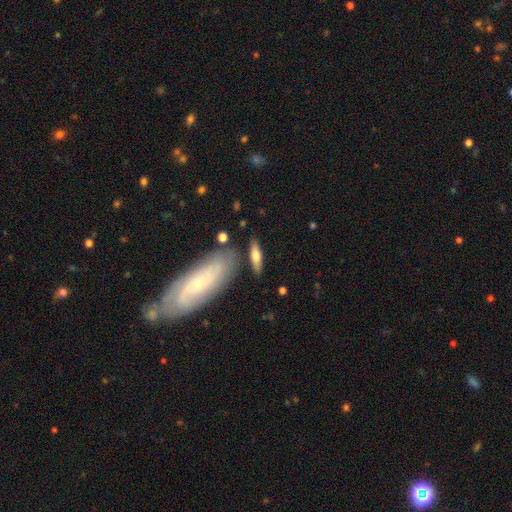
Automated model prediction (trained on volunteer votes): This appears to be a smooth galaxy with no disk features (60%) that is cigar-shaped (51%). Merging: none (76%).